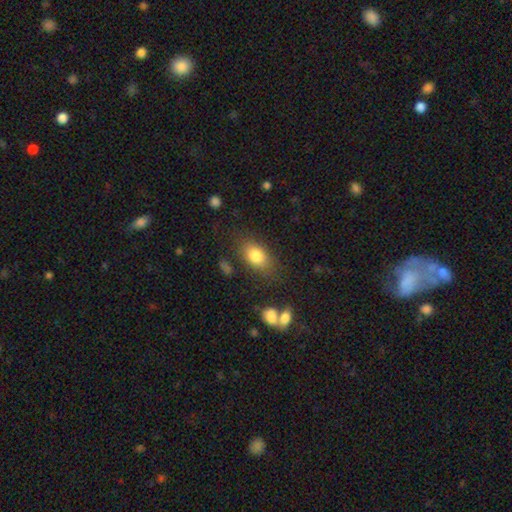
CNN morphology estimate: Smooth or featured? smooth (81%)
How rounded? in between (84%)
Merging? none (74%)